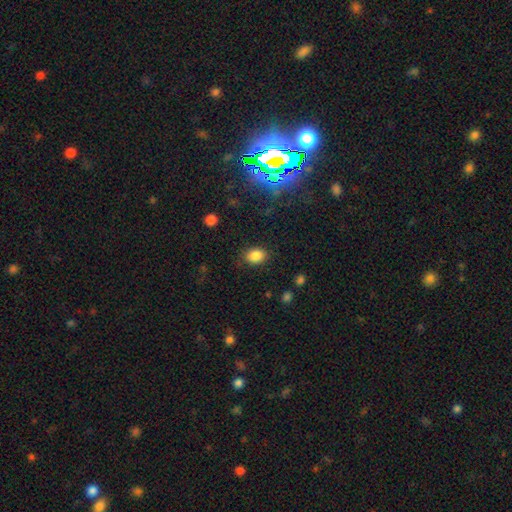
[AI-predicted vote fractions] smooth-or-featured: smooth: 86% | star or artifact: 10% | featured or disk: 5%
  how-rounded: in between: 65% | round: 34% | cigar-shaped: 1%
  merging: none: 82% | minor disturbance: 13% | major disturbance: 4% | merger: 1%